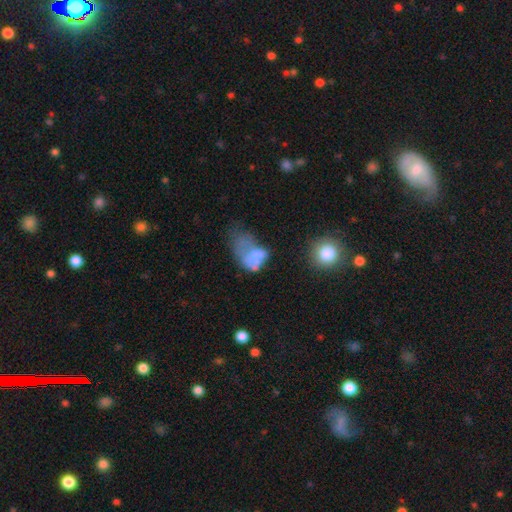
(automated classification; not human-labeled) smooth-or-featured: smooth: 54% | featured or disk: 34% | star or artifact: 12%
  how-rounded: in between: 80% | round: 18% | cigar-shaped: 2%
  merging: major disturbance: 46% | merger: 19% | minor disturbance: 19% | none: 16%